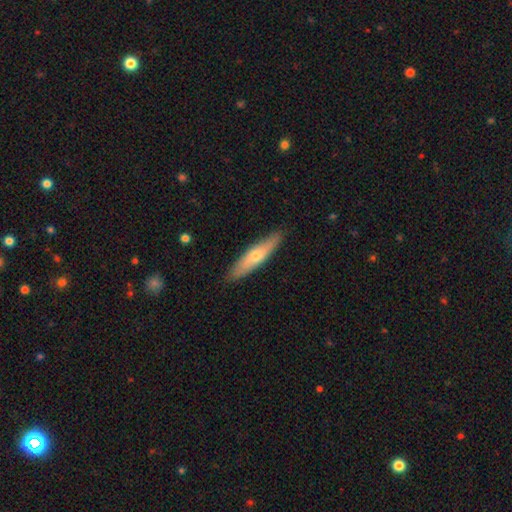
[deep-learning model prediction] smooth_or_featured: smooth (p=0.54) [alt: featured or disk p=0.41]
how_rounded: cigar-shaped (p=0.82) [alt: in between p=0.16]
merging: none (p=0.88) [alt: minor disturbance p=0.09]